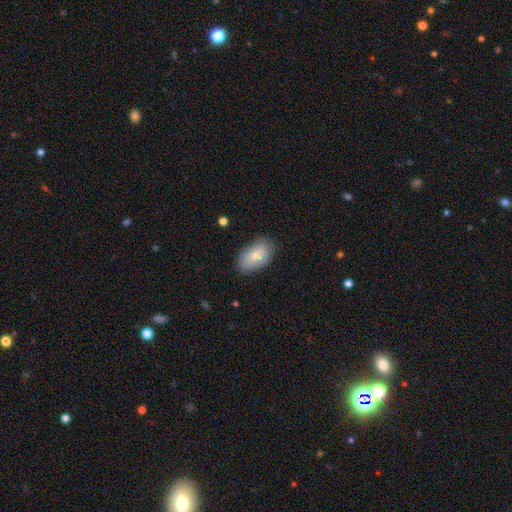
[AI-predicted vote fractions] Q: Smooth or featured?
A: smooth (72%); runner-up: featured or disk (21%)
Q: How rounded?
A: in between (92%); runner-up: round (6%)
Q: Merging?
A: none (76%); runner-up: minor disturbance (19%)